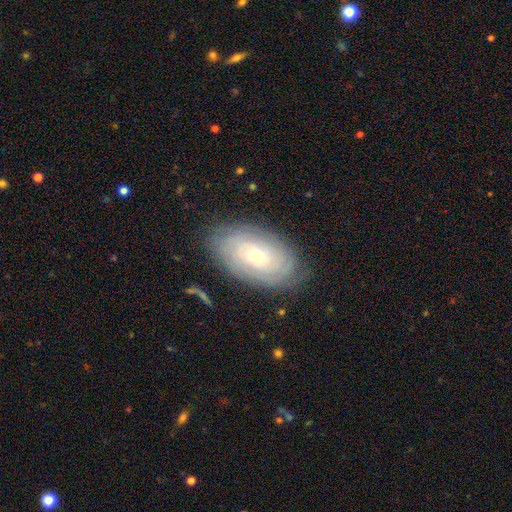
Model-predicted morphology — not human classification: Overall: featured or disk (63%; smooth 29%). Edge-on disk: no (93%). Bar: no (80%). Spiral arms: yes (82%). Bulge size: small (71%). Merging: none (80%).